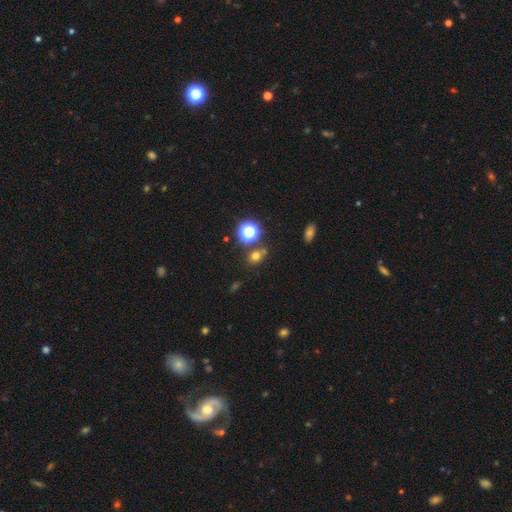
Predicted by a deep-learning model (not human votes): Smooth or featured? Predicted: smooth (p=0.66). How rounded? Predicted: round (p=0.62). Merging? Predicted: none (p=0.73).